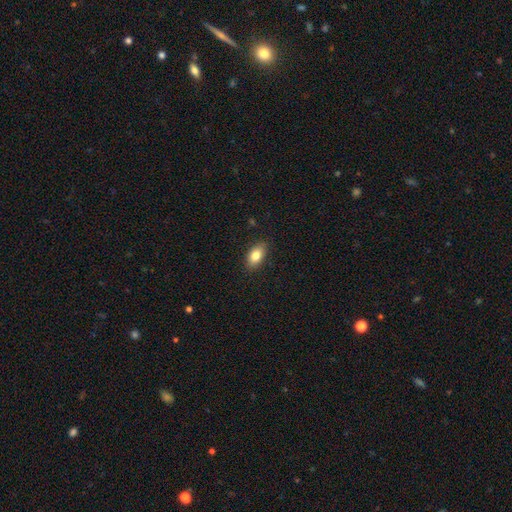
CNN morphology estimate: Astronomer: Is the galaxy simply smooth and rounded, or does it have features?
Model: smooth — 82%.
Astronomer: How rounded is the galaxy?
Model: in between — 89%.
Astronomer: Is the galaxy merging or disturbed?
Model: none — 87%.